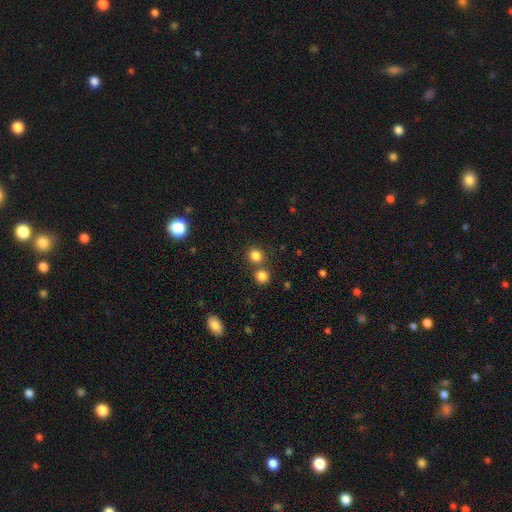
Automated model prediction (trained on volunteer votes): smooth 82%, star or artifact 13%, featured or disk 5%. Down the decision tree: how rounded — round (85%); merging — none (69%).